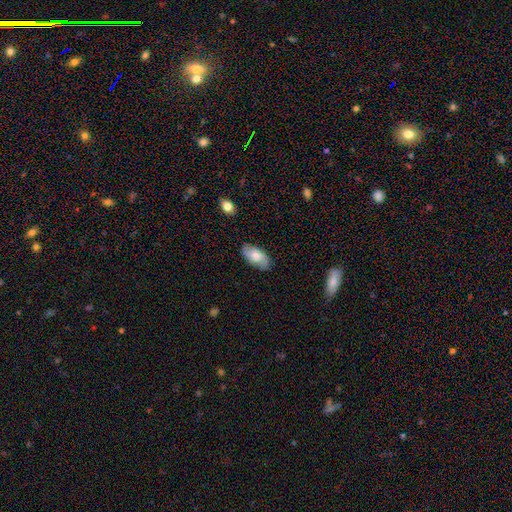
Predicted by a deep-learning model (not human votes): A smooth galaxy with no disk features (67%) that is in between round and cigar-shaped (94%). Merging: none (81%).